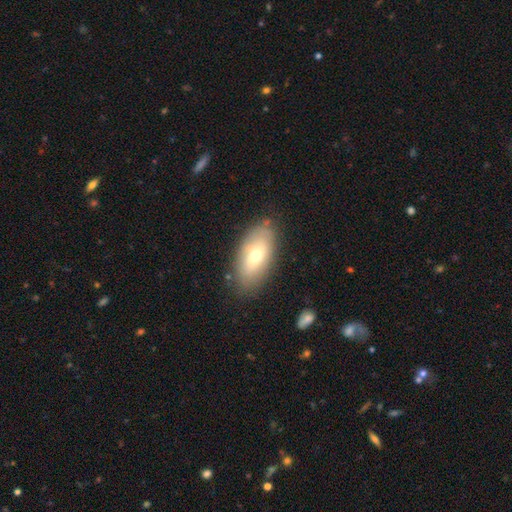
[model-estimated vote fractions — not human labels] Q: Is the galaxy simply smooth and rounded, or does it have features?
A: smooth — 64%.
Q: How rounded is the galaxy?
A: in between — 91%.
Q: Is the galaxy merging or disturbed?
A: none — 81%.